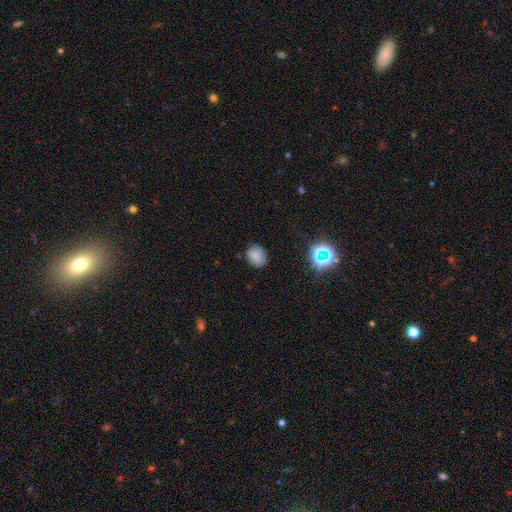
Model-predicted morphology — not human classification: This appears to be a smooth galaxy with no disk features (78%) that is round (57%). Merging: none (77%).